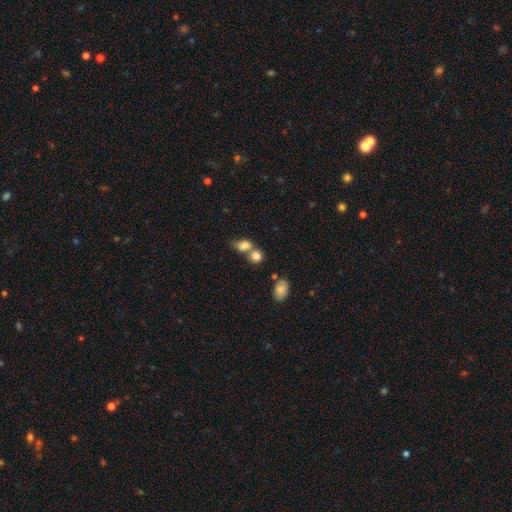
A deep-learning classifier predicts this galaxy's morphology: A smooth galaxy with no disk features (82%) that is round (55%).

Vote fractions:
- Smooth or featured? smooth: 82% / star or artifact: 10% / featured or disk: 8%
- How rounded? round: 55% / in between: 43% / cigar-shaped: 2%
- Merging? merger: 54% / none: 34% / minor disturbance: 8% / major disturbance: 4%